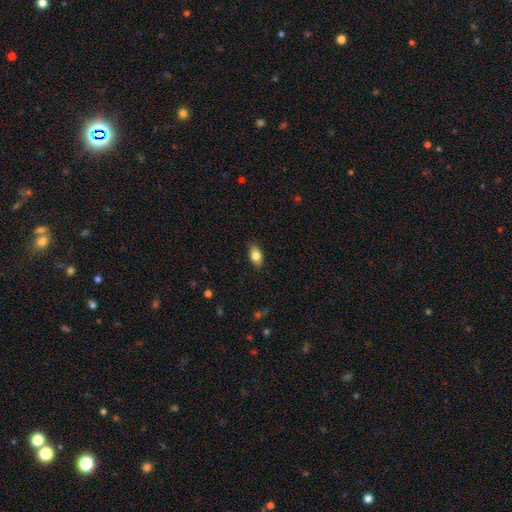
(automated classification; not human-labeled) A smooth galaxy with no disk features (83%) that is in between round and cigar-shaped (90%). Merging: none (86%).